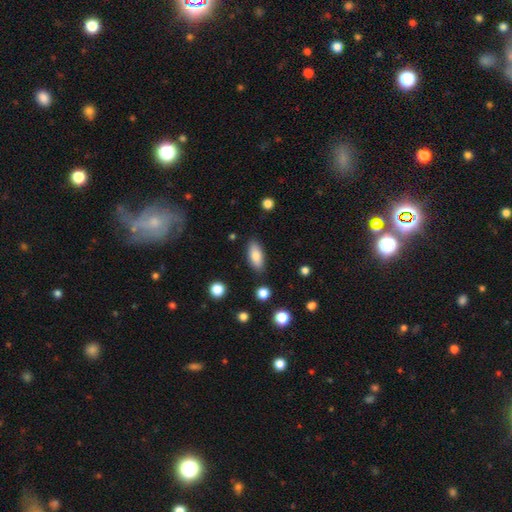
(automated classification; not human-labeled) Overall: smooth (82%). How rounded: in between (81%). Merging: none (85%).